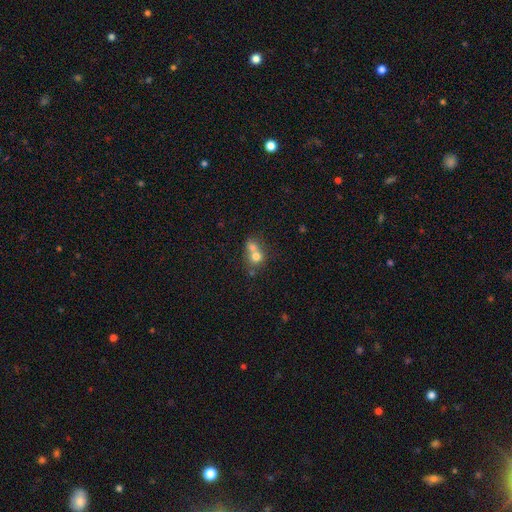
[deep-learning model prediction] A smooth galaxy with no disk features (69%) that is round (73%). Merging: merger (66%).